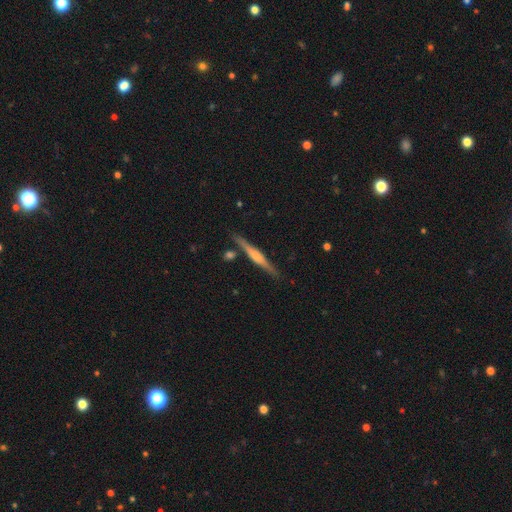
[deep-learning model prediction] Smooth or featured?
  - featured or disk: 70% *
  - smooth: 25%
  - star or artifact: 6%
Edge-on disk?
  - yes: 98% *
  - no: 2%
Edge-on bulge?
  - rounded: 68% *
  - boxy: 19%
  - none: 13%
Merging?
  - none: 86% *
  - minor disturbance: 8%
  - merger: 4%
  - major disturbance: 2%